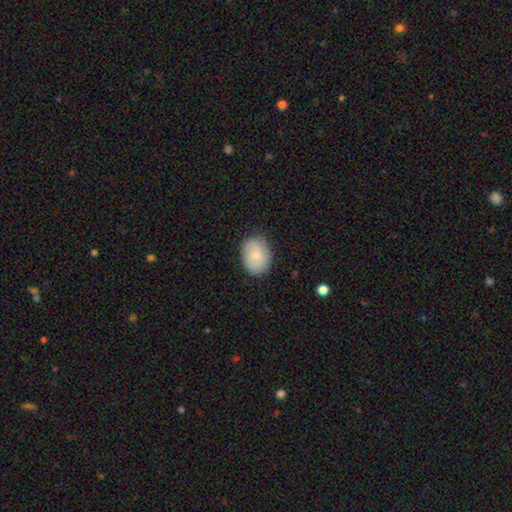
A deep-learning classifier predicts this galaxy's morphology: Overall: smooth (64%; featured or disk 30%). How rounded: in between (56%; round 43%). Merging: none (83%).